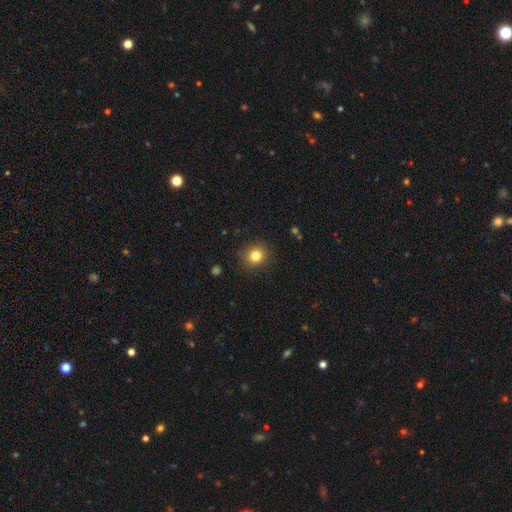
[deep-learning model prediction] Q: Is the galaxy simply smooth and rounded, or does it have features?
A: smooth — 82%.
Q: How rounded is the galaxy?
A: round — 81%.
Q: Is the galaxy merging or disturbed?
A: none — 88%.